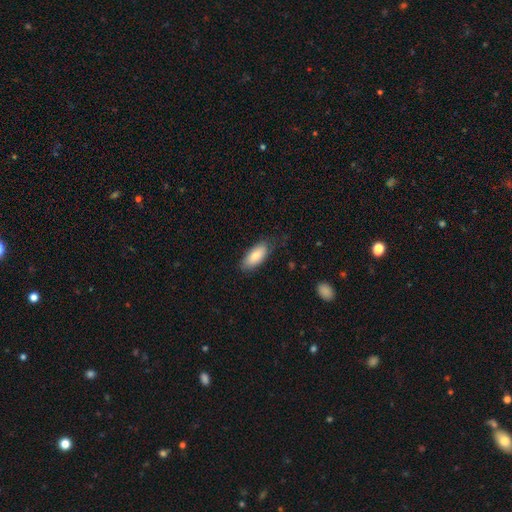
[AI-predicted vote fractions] Smooth or featured? smooth (84%)
How rounded? in between (85%)
Merging? none (76%)